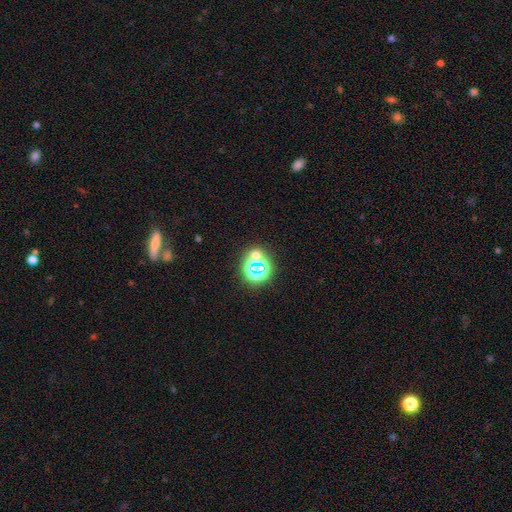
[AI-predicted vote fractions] smooth-or-featured: star or artifact: 58% | smooth: 32% | featured or disk: 10%